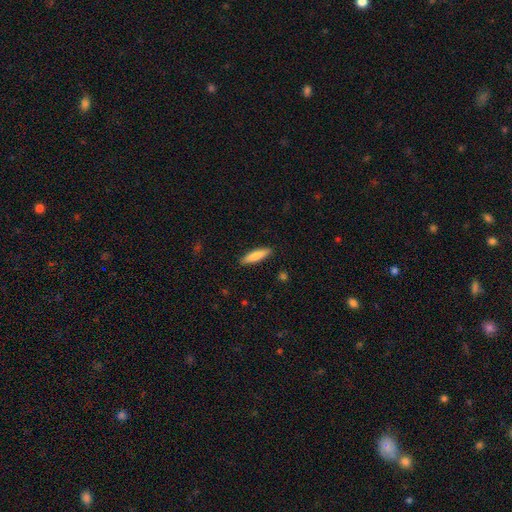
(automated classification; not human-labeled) Smooth or featured? smooth (81%)
How rounded? cigar-shaped (74%)
Merging? none (90%)